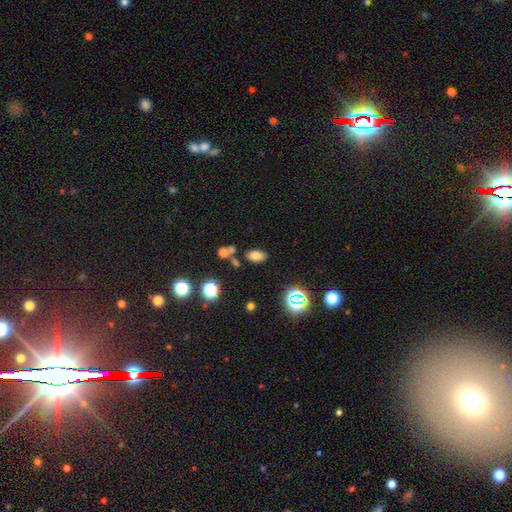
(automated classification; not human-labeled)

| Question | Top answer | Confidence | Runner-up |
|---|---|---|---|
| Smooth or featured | smooth | 73% | star or artifact (17%) |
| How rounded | in between | 89% | round (9%) |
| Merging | none | 75% | minor disturbance (11%) |